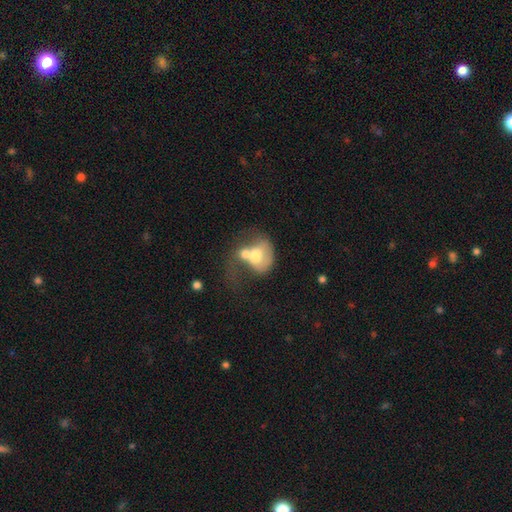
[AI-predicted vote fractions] Smooth or featured?
  - smooth: 54% *
  - featured or disk: 38%
  - star or artifact: 8%
How rounded?
  - in between: 55% *
  - round: 44%
  - cigar-shaped: 1%
Merging?
  - merger: 64% *
  - major disturbance: 18%
  - none: 10%
  - minor disturbance: 8%